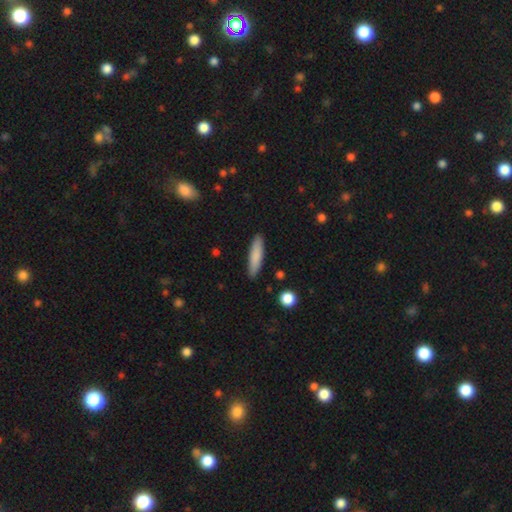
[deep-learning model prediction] A smooth galaxy with no disk features (82%) that is cigar-shaped (76%).

Vote fractions:
- Smooth or featured? smooth: 82% / featured or disk: 12% / star or artifact: 6%
- How rounded? cigar-shaped: 76% / in between: 23% / round: 1%
- Merging? none: 88% / minor disturbance: 9% / major disturbance: 2% / merger: 1%